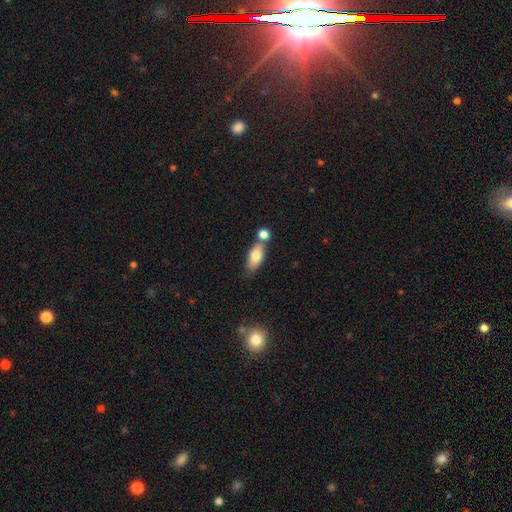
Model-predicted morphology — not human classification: smooth 77%, featured or disk 16%, star or artifact 7%. Down the decision tree: how rounded — in between (82%); merging — none (50%).